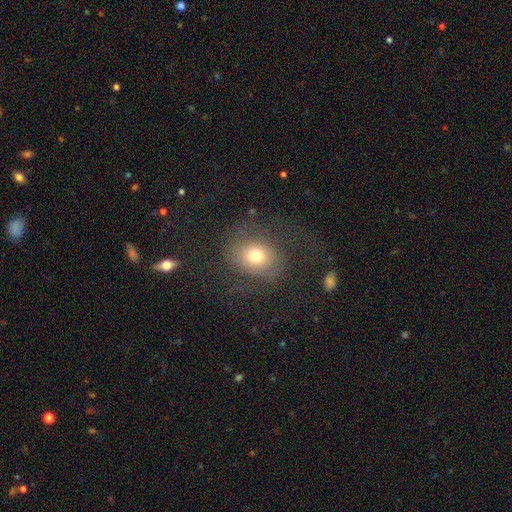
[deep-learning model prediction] Morphology: type=smooth (68%); roundness=round (63%); merging=none (59%).